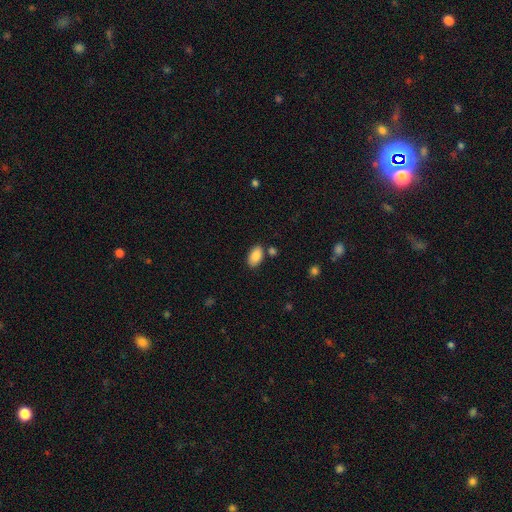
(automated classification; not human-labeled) smooth_or_featured: smooth (p=0.88) [alt: star or artifact p=0.07]
how_rounded: in between (p=0.94) [alt: round p=0.04]
merging: none (p=0.79) [alt: minor disturbance p=0.12]